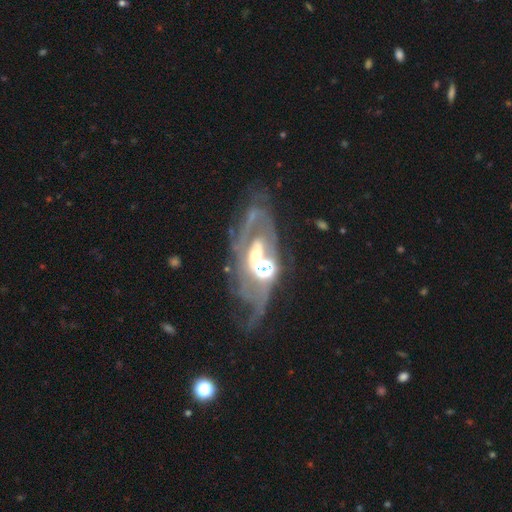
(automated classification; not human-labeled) Smooth or featured?
  - featured or disk: 72% *
  - smooth: 14%
  - star or artifact: 14%
Edge-on disk?
  - no: 94% *
  - yes: 6%
Bar?
  - no: 67% *
  - weak: 20%
  - strong: 12%
Spiral arms?
  - yes: 63% *
  - no: 37%
Bulge size?
  - moderate: 54% *
  - small: 21%
  - large: 16%
  - dominant: 5%
  - none: 4%
Merging?
  - none: 34% *
  - major disturbance: 31%
  - merger: 19%
  - minor disturbance: 16%